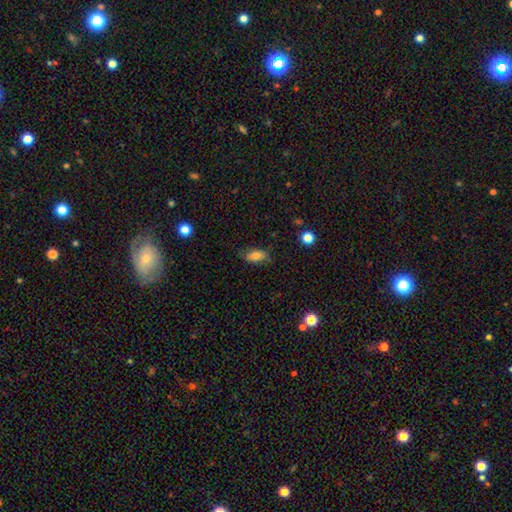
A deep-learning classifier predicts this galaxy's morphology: This is clearly a smooth galaxy (81%). How rounded: clearly in between (89%). Merging: likely none (72%).